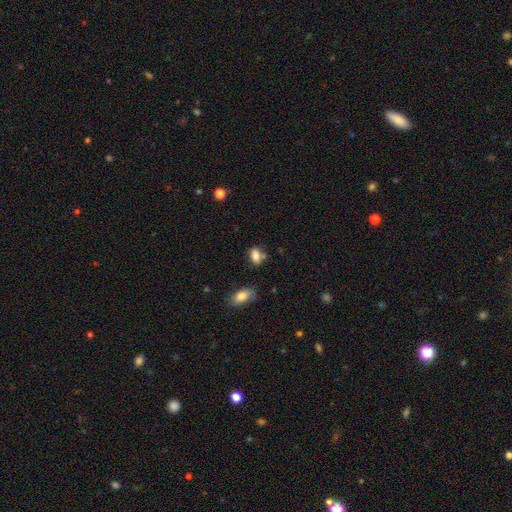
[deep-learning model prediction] A smooth galaxy with no disk features (81%) that is in between round and cigar-shaped (81%).

Vote fractions:
- Smooth or featured? smooth: 81% / star or artifact: 10% / featured or disk: 9%
- How rounded? in between: 81% / round: 16% / cigar-shaped: 3%
- Merging? none: 60% / minor disturbance: 21% / merger: 14% / major disturbance: 6%